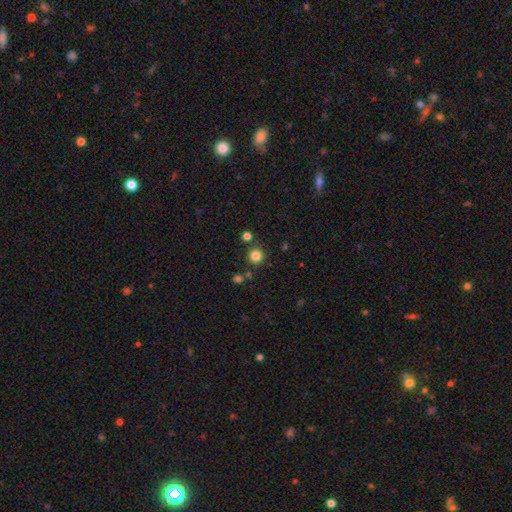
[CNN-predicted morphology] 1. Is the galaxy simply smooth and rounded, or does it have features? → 83% smooth, 13% star or artifact, 4% featured or disk.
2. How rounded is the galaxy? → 93% round, 6% in between, 1% cigar-shaped.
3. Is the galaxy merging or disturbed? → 83% none, 7% merger, 7% minor disturbance, 3% major disturbance.